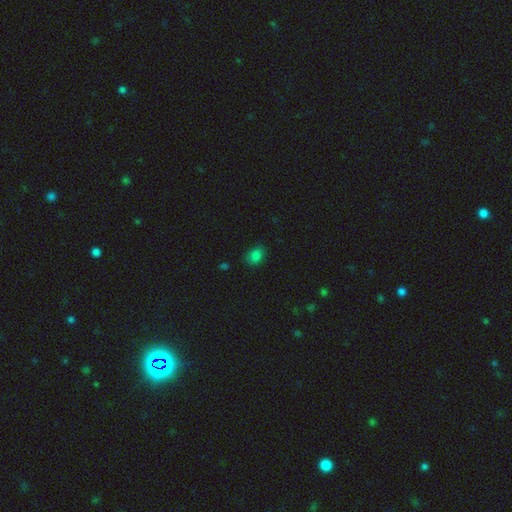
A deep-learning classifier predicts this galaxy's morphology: Smooth or featured: smooth — 80% (star or artifact — 15%)
How rounded: in between — 69% (round — 30%)
Merging: none — 79% (minor disturbance — 16%)